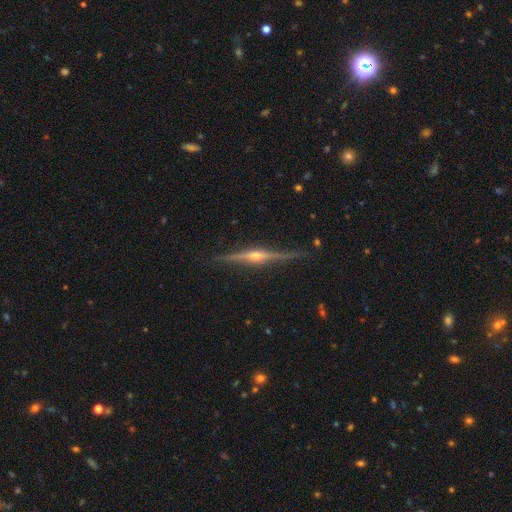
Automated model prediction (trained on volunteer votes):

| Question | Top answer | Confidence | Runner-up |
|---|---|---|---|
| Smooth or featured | featured or disk | 87% | smooth (7%) |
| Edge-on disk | yes | 98% | no (2%) |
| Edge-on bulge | rounded | 90% | boxy (5%) |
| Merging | none | 88% | minor disturbance (9%) |